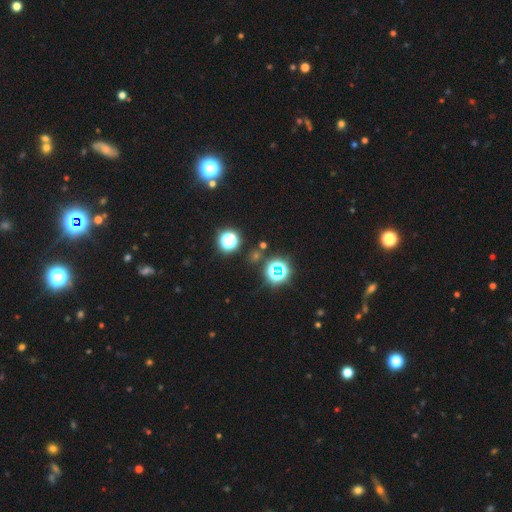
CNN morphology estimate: A star or artifact, not a galaxy (66%).